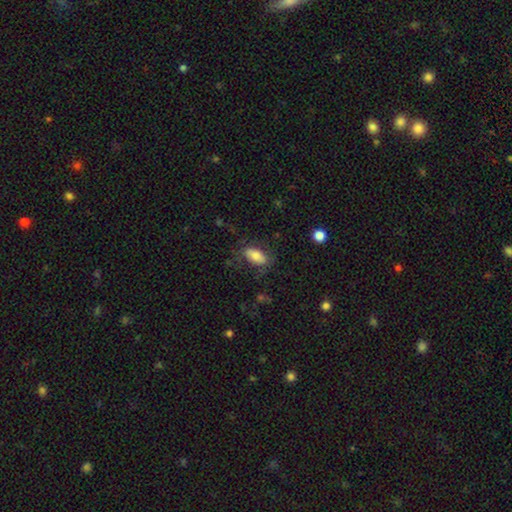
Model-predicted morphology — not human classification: smooth-or-featured: smooth: 77% | featured or disk: 16% | star or artifact: 7%
  how-rounded: in between: 88% | cigar-shaped: 8% | round: 4%
  merging: none: 70% | minor disturbance: 18% | major disturbance: 10% | merger: 1%